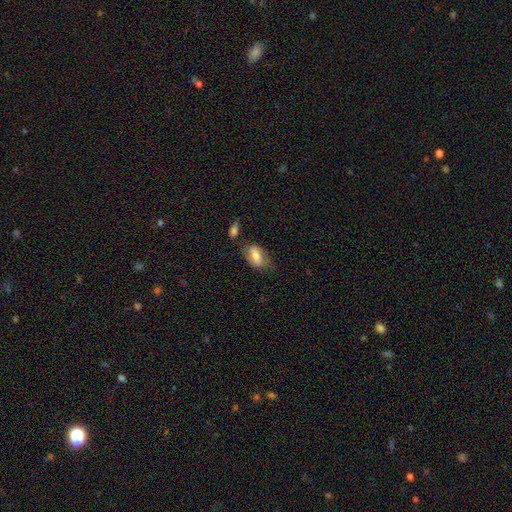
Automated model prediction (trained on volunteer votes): A smooth galaxy with no disk features (68%) that is in between round and cigar-shaped (87%).

Vote fractions:
- Smooth or featured? smooth: 68% / featured or disk: 25% / star or artifact: 7%
- How rounded? in between: 87% / cigar-shaped: 8% / round: 5%
- Merging? none: 60% / minor disturbance: 23% / merger: 9% / major disturbance: 8%